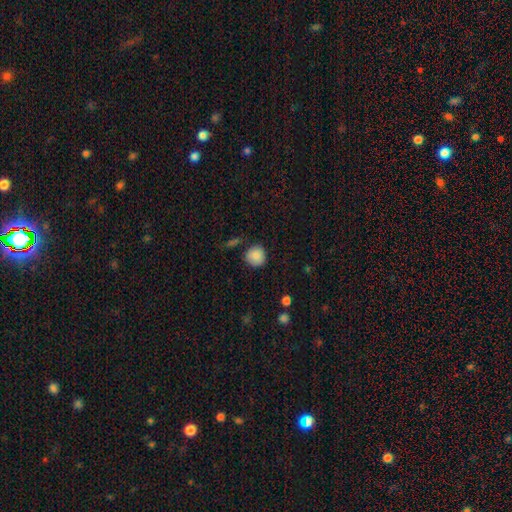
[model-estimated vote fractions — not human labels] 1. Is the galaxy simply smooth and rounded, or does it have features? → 86% smooth, 8% star or artifact, 6% featured or disk.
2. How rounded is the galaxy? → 91% round, 8% in between, 1% cigar-shaped.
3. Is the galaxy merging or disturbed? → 81% none, 13% minor disturbance, 3% merger, 3% major disturbance.